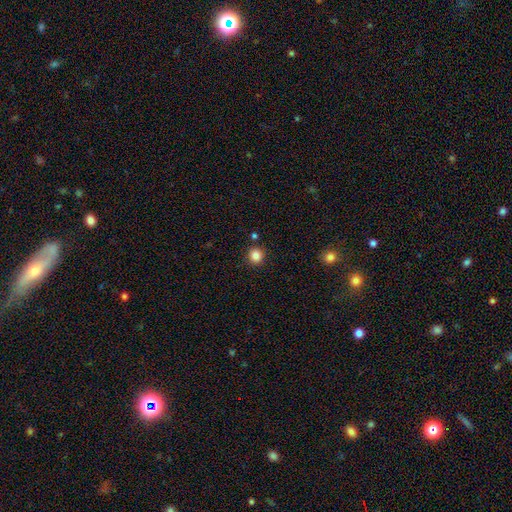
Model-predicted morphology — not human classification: Smooth or featured: smooth — 85% (star or artifact — 11%)
How rounded: round — 92% (in between — 7%)
Merging: none — 88% (minor disturbance — 6%)